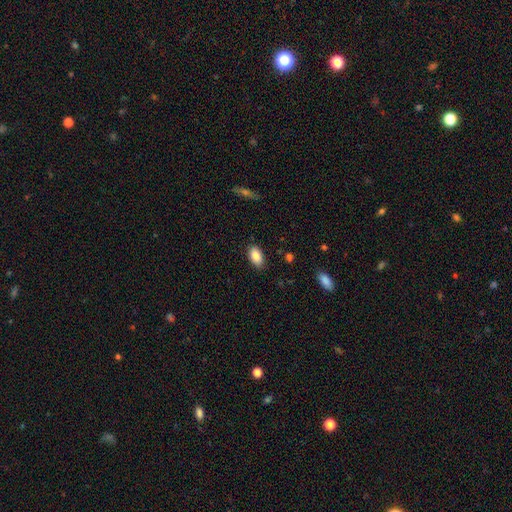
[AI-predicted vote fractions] smooth_or_featured: smooth (p=0.86) [alt: star or artifact p=0.07]
how_rounded: in between (p=0.93) [alt: round p=0.05]
merging: none (p=0.86) [alt: minor disturbance p=0.11]